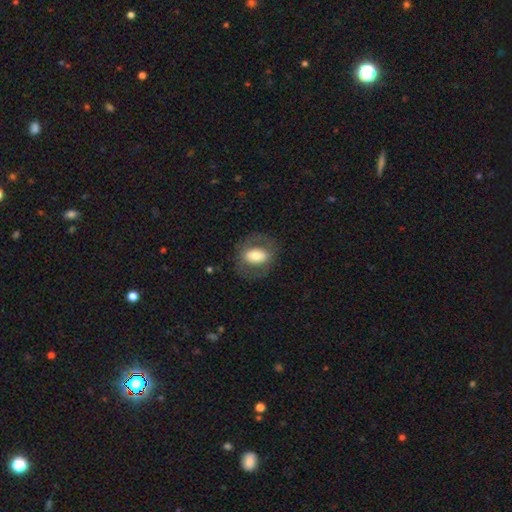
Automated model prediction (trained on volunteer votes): This is possibly a smooth galaxy (56%). How rounded: likely in between (69%). Merging: likely none (76%).